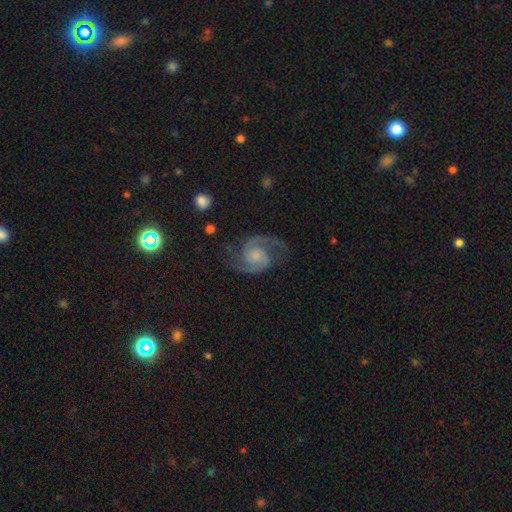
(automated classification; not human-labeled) A featured or disk galaxy (92%) with no bar (65%), 2 (94%) medium (62%) spiral arms (98%) and a small central bulge (41%). Merging: none (76%).